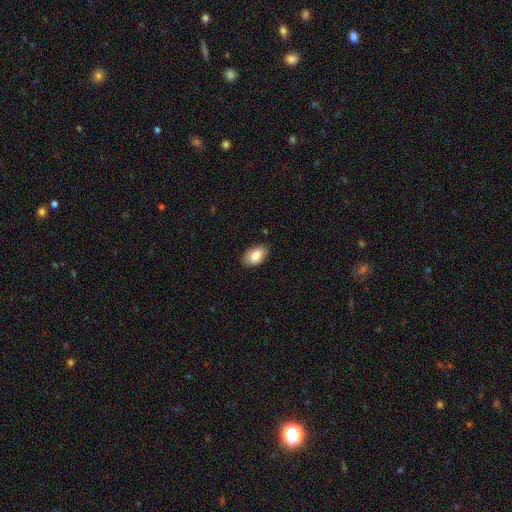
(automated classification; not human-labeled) Overall: smooth (85%). How rounded: in between (93%). Merging: none (84%).